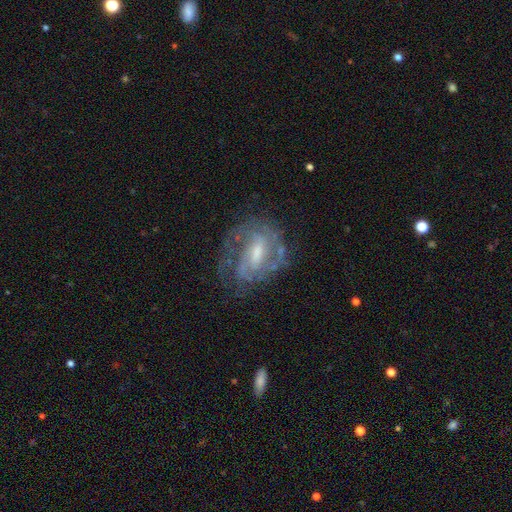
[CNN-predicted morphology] smooth_or_featured: featured or disk (p=0.81) [alt: smooth p=0.11]
disk_edge_on: no (p=0.96) [alt: yes p=0.04]
bar: weak (p=0.51) [alt: strong p=0.28]
has_spiral_arms: yes (p=0.90) [alt: no p=0.10]
spiral_winding: tight (p=0.48) [alt: medium p=0.41]
spiral_arm_count: 2 (p=0.46) [alt: can't tell p=0.27]
bulge_size: moderate (p=0.44) [alt: small p=0.40]
merging: none (p=0.67) [alt: minor disturbance p=0.19]